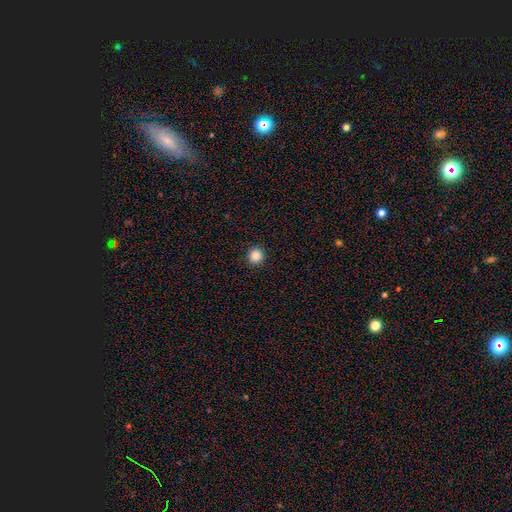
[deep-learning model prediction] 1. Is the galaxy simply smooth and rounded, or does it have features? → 86% smooth, 11% star or artifact, 4% featured or disk.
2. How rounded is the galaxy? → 94% round, 6% in between, 1% cigar-shaped.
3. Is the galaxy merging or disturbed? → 93% none, 5% minor disturbance, 2% major disturbance, 1% merger.